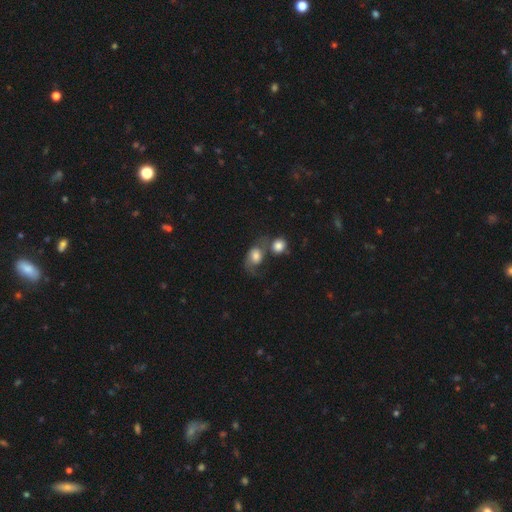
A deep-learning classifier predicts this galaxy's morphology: This is possibly a smooth galaxy (49%). Merging: marginally merger (42%).